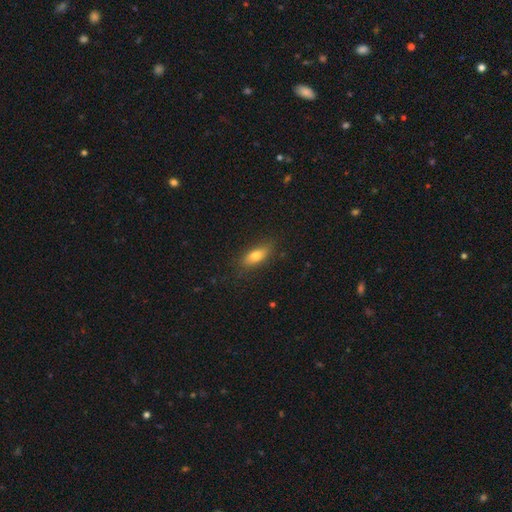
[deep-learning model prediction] Q: Smooth or featured?
A: smooth (75%); runner-up: featured or disk (17%)
Q: How rounded?
A: in between (72%); runner-up: cigar-shaped (25%)
Q: Merging?
A: none (82%); runner-up: minor disturbance (14%)